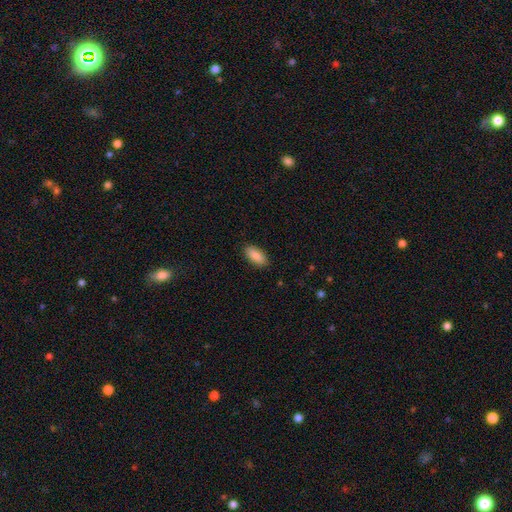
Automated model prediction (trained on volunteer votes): Morphology: type=smooth (86%); roundness=in between (88%); merging=none (89%).